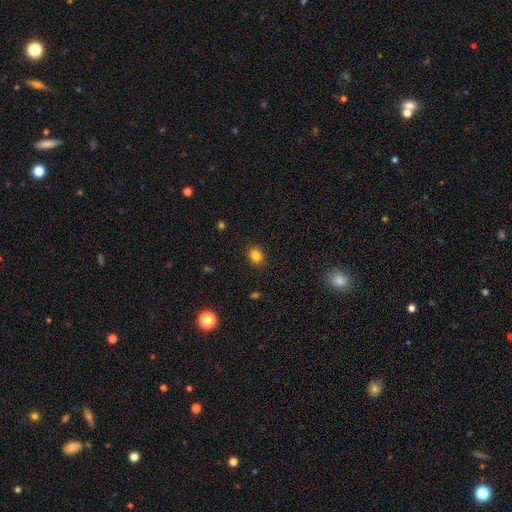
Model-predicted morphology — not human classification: Smooth or featured? smooth (83%)
How rounded? round (56%)
Merging? none (89%)